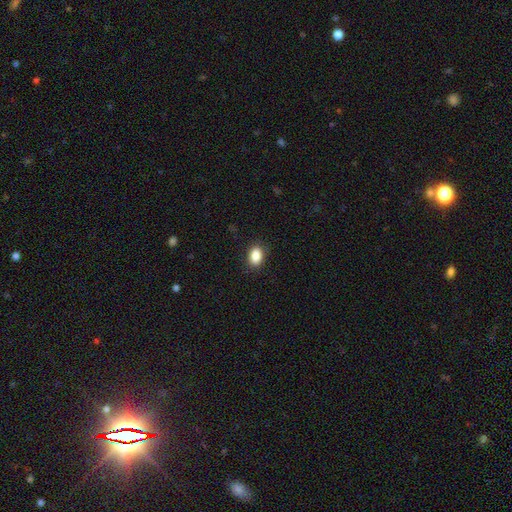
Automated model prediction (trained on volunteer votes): Morphology: type=smooth (88%); roundness=in between (82%); merging=none (87%).